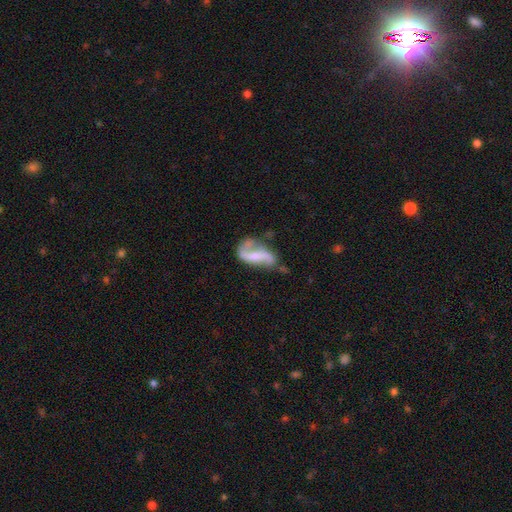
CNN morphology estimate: Smooth or featured?
  - featured or disk: 73% *
  - smooth: 21%
  - star or artifact: 7%
Edge-on disk?
  - no: 94% *
  - yes: 6%
Bar?
  - weak: 35% * (tied)
  - no: 35% * (tied)
  - strong: 30%
Spiral arms?
  - yes: 84% *
  - no: 16%
Spiral winding?
  - loose: 75% *
  - medium: 19%
  - tight: 6%
Spiral arm count?
  - 2: 84% *
  - 1: 8%
  - can't tell: 5%
  - 3: 1%
  - 4: 1%
  - more than 4: 1%
Bulge size?
  - small: 46% *
  - moderate: 29%
  - none: 20%
  - large: 3%
  - dominant: 1%
Merging?
  - none: 40% *
  - minor disturbance: 26%
  - major disturbance: 25%
  - merger: 9%